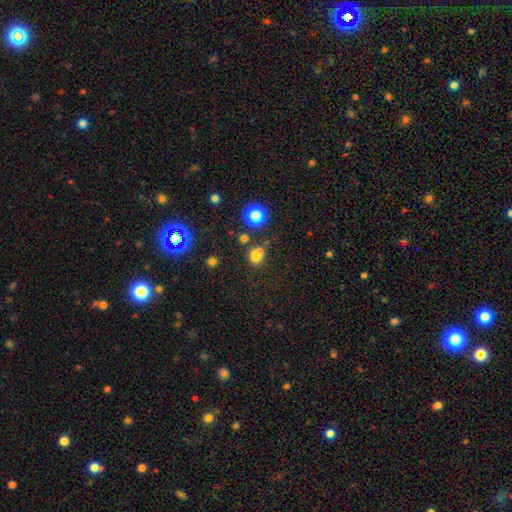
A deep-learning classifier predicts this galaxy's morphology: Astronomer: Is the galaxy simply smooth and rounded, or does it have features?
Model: smooth — 68%.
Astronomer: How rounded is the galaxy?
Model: round — 66%.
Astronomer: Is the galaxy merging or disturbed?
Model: none — 51%.